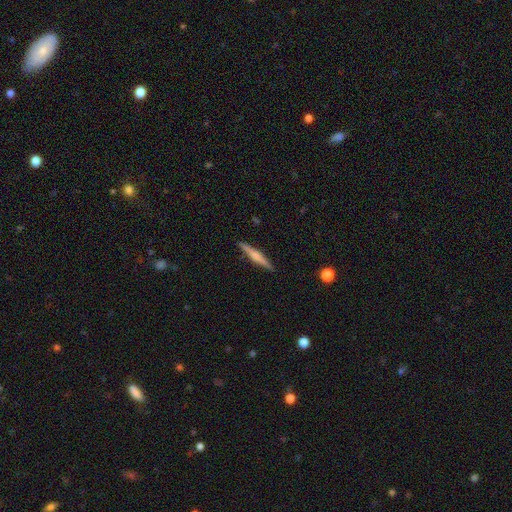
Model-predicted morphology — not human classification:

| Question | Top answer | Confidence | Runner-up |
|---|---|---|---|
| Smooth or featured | featured or disk | 55% | smooth (39%) |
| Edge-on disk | yes | 98% | no (2%) |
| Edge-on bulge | rounded | 59% | boxy (22%) |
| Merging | none | 91% | minor disturbance (7%) |